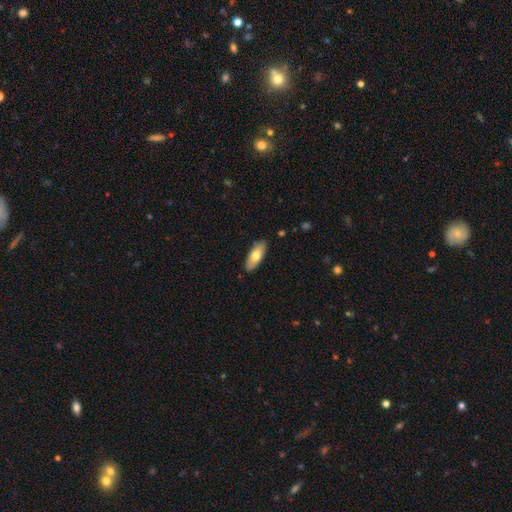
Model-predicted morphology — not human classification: smooth_or_featured: smooth (p=0.70) [alt: featured or disk p=0.25]
how_rounded: in between (p=0.71) [alt: cigar-shaped p=0.27]
merging: none (p=0.87) [alt: minor disturbance p=0.10]